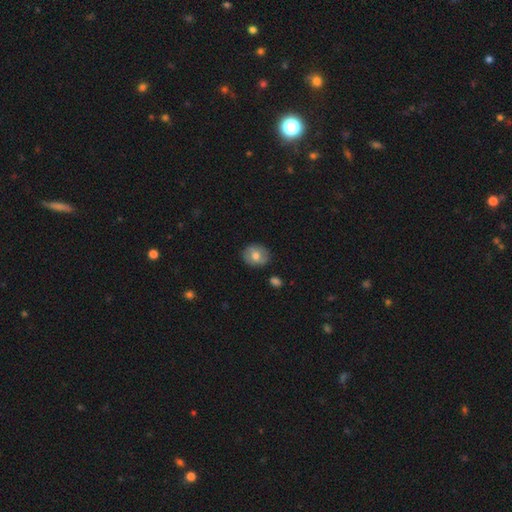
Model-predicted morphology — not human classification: This is likely a smooth galaxy (62%). How rounded: likely round (70%). Merging: clearly none (83%).